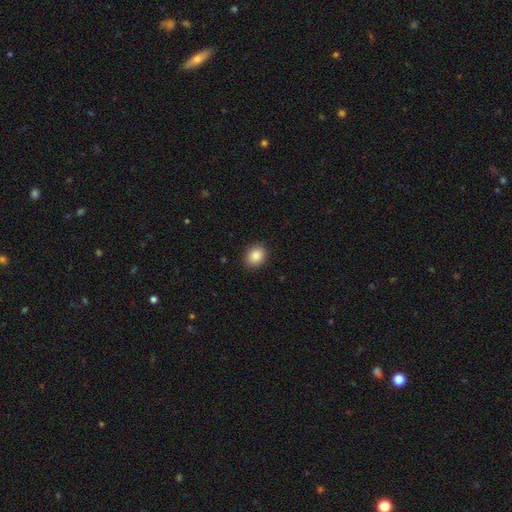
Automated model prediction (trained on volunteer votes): Overall: smooth (87%). How rounded: round (54%; in between 45%). Merging: none (90%).